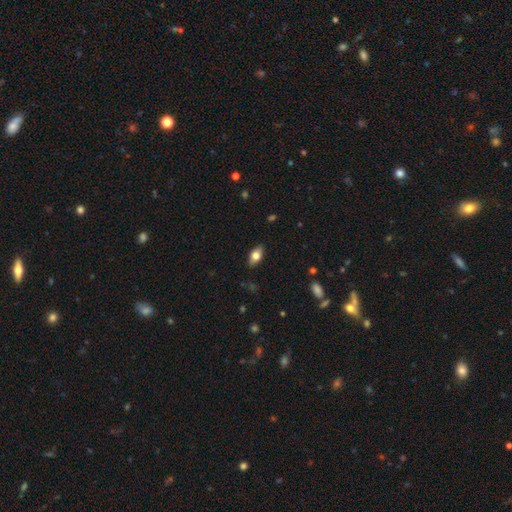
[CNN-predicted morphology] This appears to be a smooth galaxy with no disk features (72%) that is in between round and cigar-shaped (88%). Merging: none (87%).